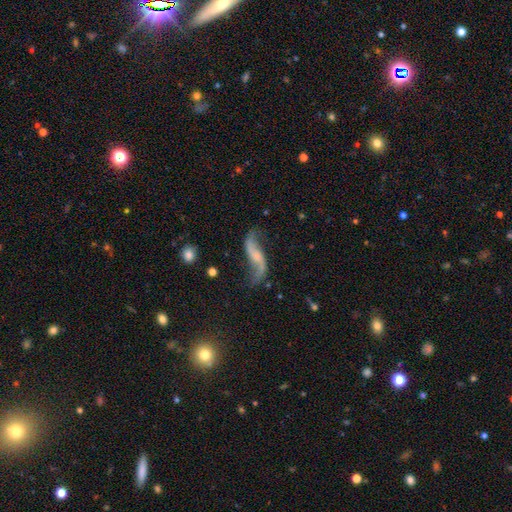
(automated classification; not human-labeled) Smooth or featured: featured or disk — 84% (smooth — 9%)
Edge-on disk: no — 93% (yes — 7%)
Bar: no — 46% (weak — 38%)
Spiral arms: yes — 94% (no — 6%)
Spiral winding: loose — 92% (medium — 6%)
Spiral arm count: 2 — 93% (1 — 3%)
Bulge size: small — 41% (none — 33%)
Merging: none — 66% (minor disturbance — 17%)